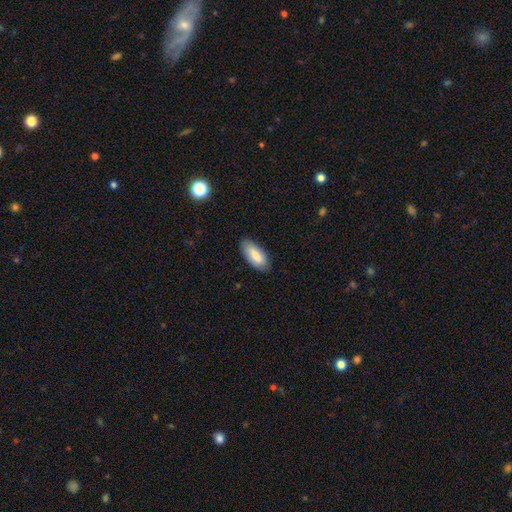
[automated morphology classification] type=smooth (81%); roundness=in between (87%); merging=none (84%).